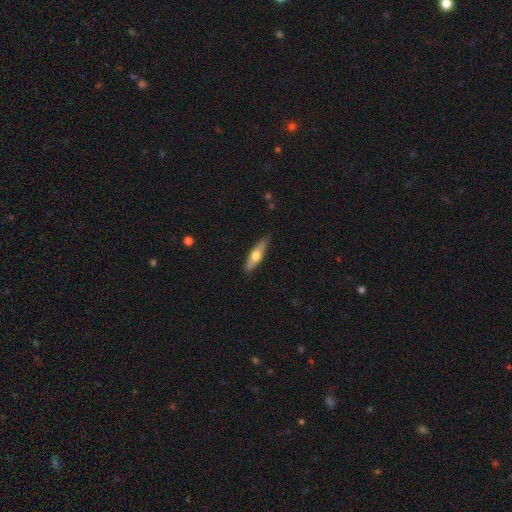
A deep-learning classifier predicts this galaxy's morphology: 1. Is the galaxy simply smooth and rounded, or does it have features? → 50% smooth, 44% featured or disk, 5% star or artifact.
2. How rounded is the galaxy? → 65% cigar-shaped, 32% in between, 2% round.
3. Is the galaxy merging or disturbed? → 86% none, 11% minor disturbance, 2% major disturbance, 1% merger.